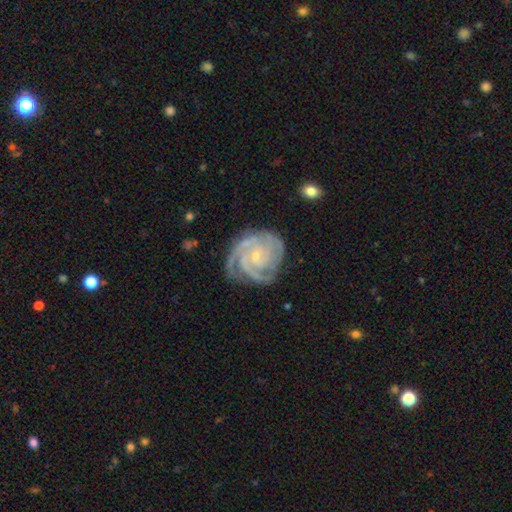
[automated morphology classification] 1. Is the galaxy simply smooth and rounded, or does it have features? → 91% featured or disk, 5% star or artifact, 4% smooth.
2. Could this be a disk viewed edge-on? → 98% no, 2% yes.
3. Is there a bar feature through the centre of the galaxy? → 70% no, 23% weak, 7% strong.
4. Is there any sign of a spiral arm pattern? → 99% yes, 1% no.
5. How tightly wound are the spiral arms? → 77% tight, 21% medium, 2% loose.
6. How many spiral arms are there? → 43% 3, 23% 4, 12% 2, 10% can't tell, 6% more than 4, 6% 1.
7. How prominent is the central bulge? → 80% small, 16% moderate, 3% none, 1% large, 1% dominant.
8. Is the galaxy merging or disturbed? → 74% none, 19% minor disturbance, 6% major disturbance, 1% merger.